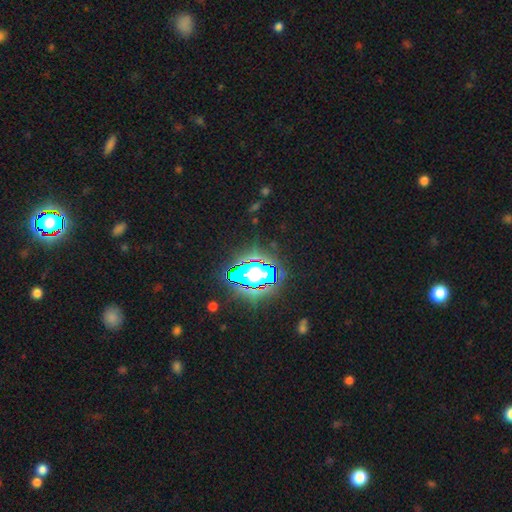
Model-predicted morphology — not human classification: The model was most divided on "smooth or featured": star or artifact: 84%, smooth: 10%, featured or disk: 7%.